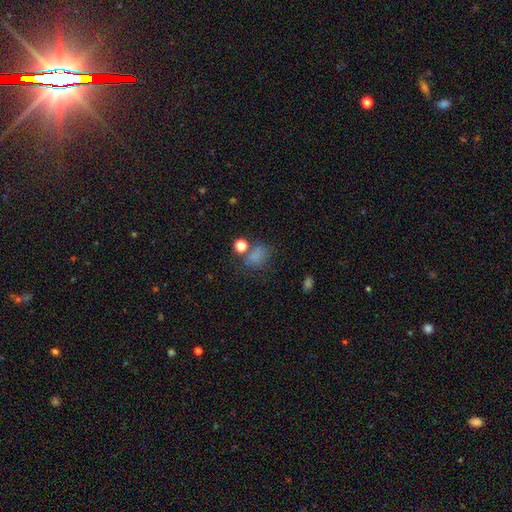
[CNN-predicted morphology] type=smooth (72%); roundness=in between (56%); merging=none (56%).